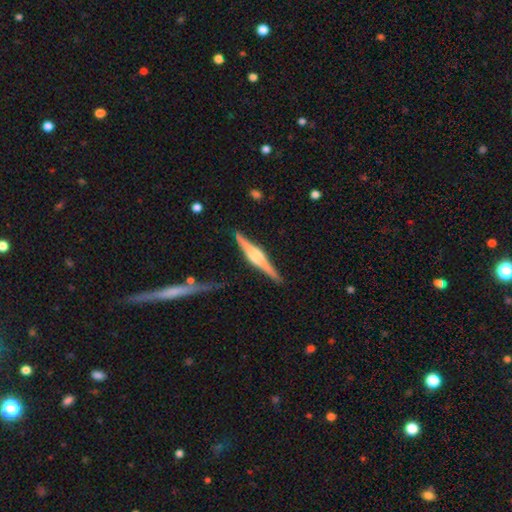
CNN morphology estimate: smooth-or-featured: featured or disk: 79% | smooth: 16% | star or artifact: 5%
  disk-edge-on: yes: 98% | no: 2%
    edge-on-bulge: rounded: 77% | boxy: 19% | none: 4%
  merging: none: 87% | minor disturbance: 9% | major disturbance: 2% | merger: 2%